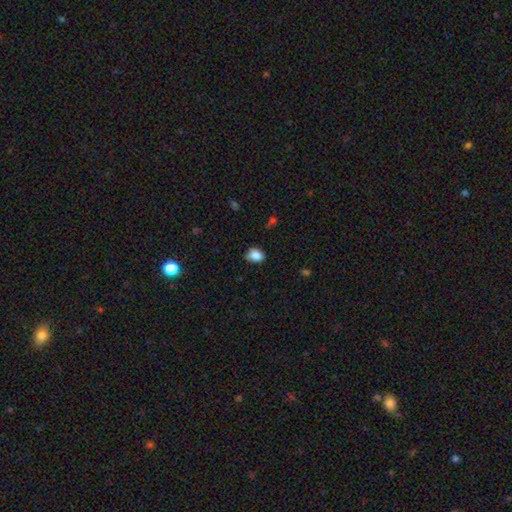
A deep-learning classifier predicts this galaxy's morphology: The model was most divided on "how rounded": in between: 65%, round: 34%, cigar-shaped: 1%. More confident: smooth or featured — smooth (87%); merging — none (75%).